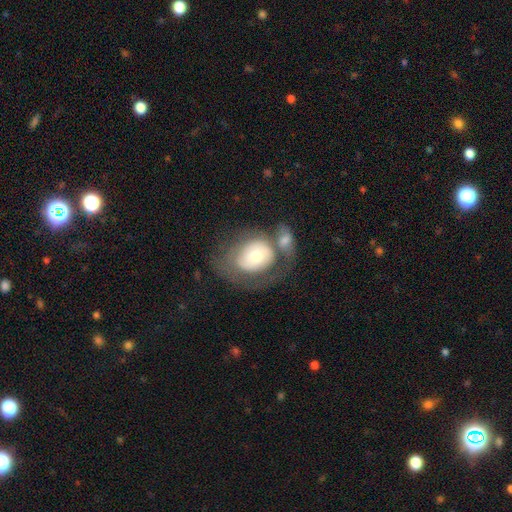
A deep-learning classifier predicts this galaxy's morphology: type=smooth (52%); roundness=round (50%); merging=merger (33%).